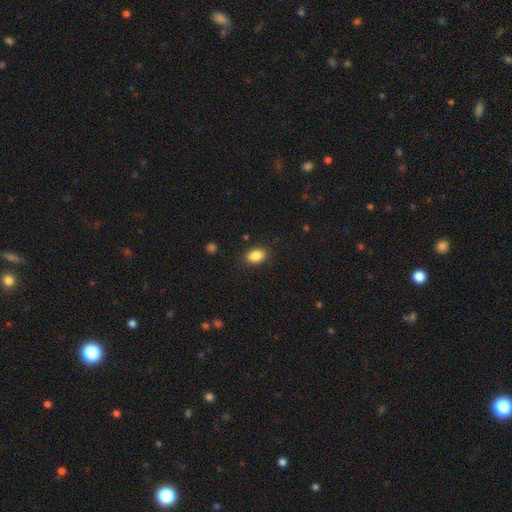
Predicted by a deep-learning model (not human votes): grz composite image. It shows a smooth galaxy with no disk features (88%) that is in between round and cigar-shaped (86%). Merging: none (86%).